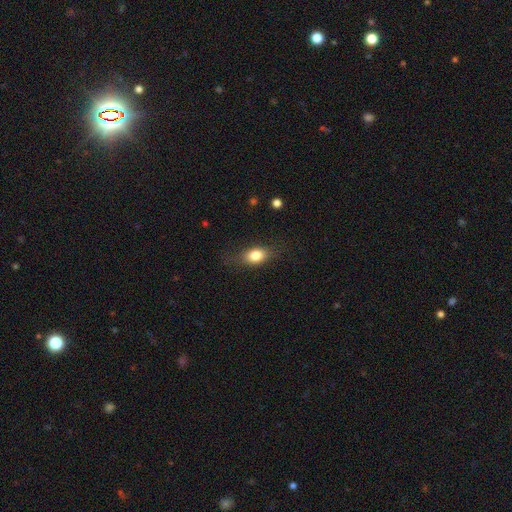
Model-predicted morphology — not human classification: This is likely a smooth galaxy (79%). How rounded: likely in between (74%). Merging: likely none (73%).